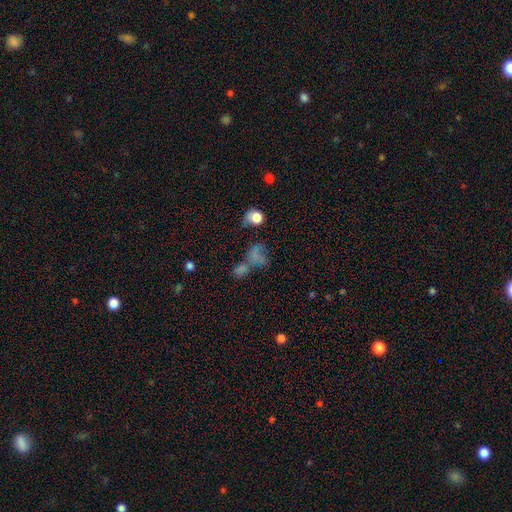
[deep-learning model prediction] Morphology: type=smooth (62%); roundness=in between (56%); merging=merger (39%).